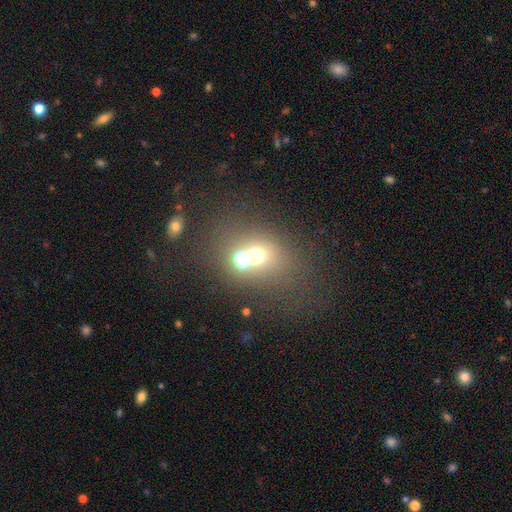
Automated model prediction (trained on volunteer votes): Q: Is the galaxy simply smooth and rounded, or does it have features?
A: smooth — 58%.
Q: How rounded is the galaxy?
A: round — 67%.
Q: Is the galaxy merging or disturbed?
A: none — 45%.